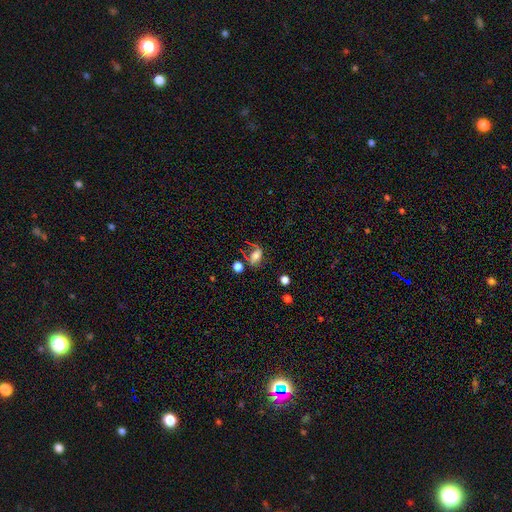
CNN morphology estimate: Smooth or featured?
  - smooth: 56% *
  - featured or disk: 32%
  - star or artifact: 12%
How rounded?
  - in between: 81% *
  - round: 13%
  - cigar-shaped: 5%
Merging?
  - none: 51% *
  - minor disturbance: 24%
  - major disturbance: 16%
  - merger: 9%